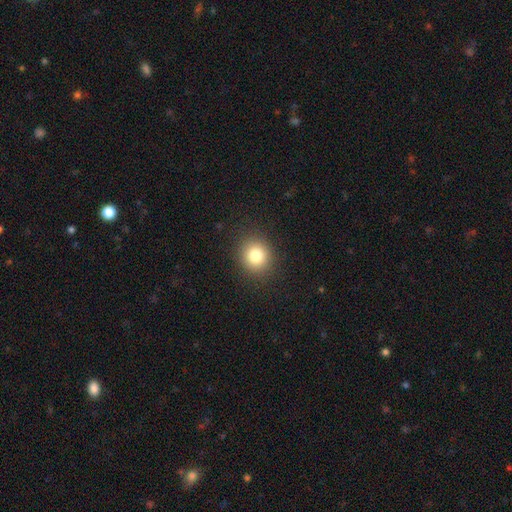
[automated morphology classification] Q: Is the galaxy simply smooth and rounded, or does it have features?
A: smooth — 81%.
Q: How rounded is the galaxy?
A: round — 85%.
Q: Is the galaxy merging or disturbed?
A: none — 90%.